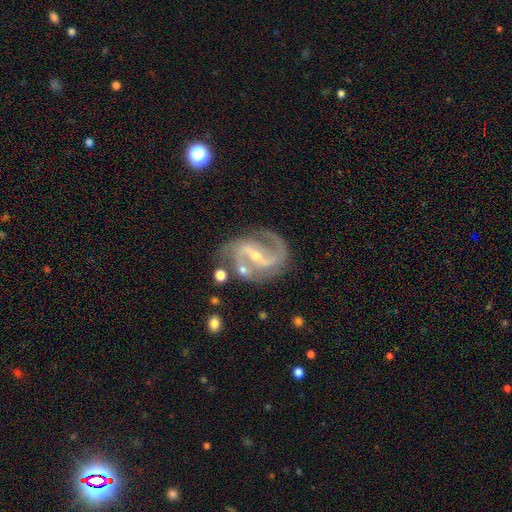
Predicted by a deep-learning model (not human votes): The model was most divided on "bar": strong: 57%, weak: 30%, no: 13%. More confident: spiral arms — yes (98%); edge-on disk — no (97%); smooth or featured — featured or disk (91%); spiral arm count — 2 (89%); merging — none (69%); bulge size — small (69%); spiral winding — medium (59%).